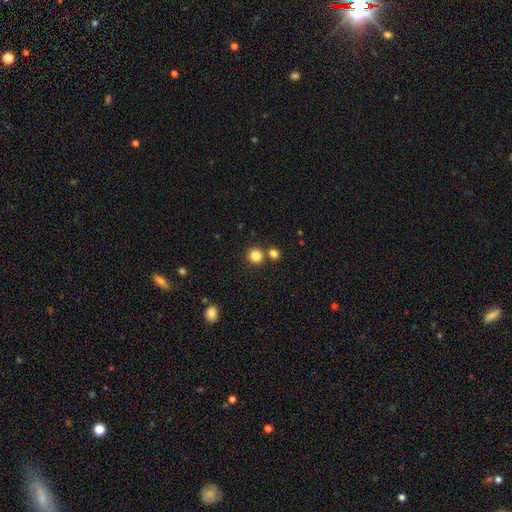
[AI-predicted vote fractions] A smooth galaxy with no disk features (83%) that is round (91%).

Vote fractions:
- Smooth or featured? smooth: 83% / star or artifact: 12% / featured or disk: 5%
- How rounded? round: 91% / in between: 8% / cigar-shaped: 1%
- Merging? none: 74% / merger: 18% / minor disturbance: 6% / major disturbance: 2%